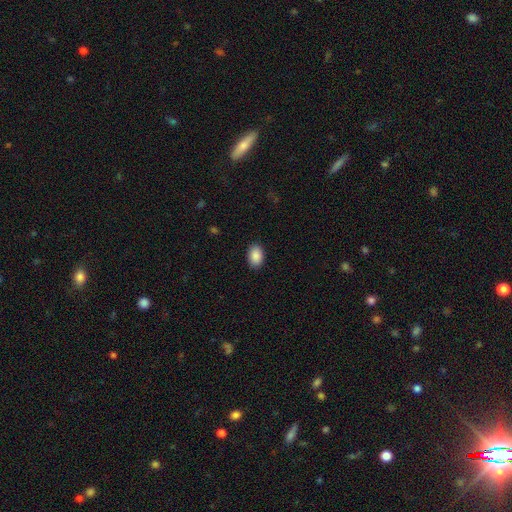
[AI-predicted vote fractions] Smooth or featured: smooth — 90% (star or artifact — 7%)
How rounded: in between — 89% (round — 10%)
Merging: none — 89% (minor disturbance — 8%)